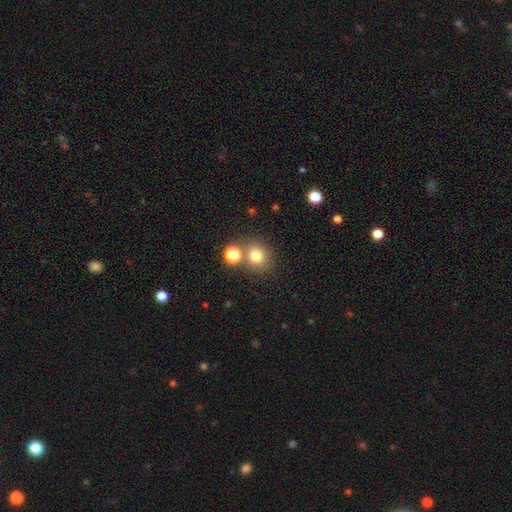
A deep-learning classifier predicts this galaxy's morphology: smooth 76%, star or artifact 16%, featured or disk 8%. Down the decision tree: how rounded — round (83%); merging — none (71%).